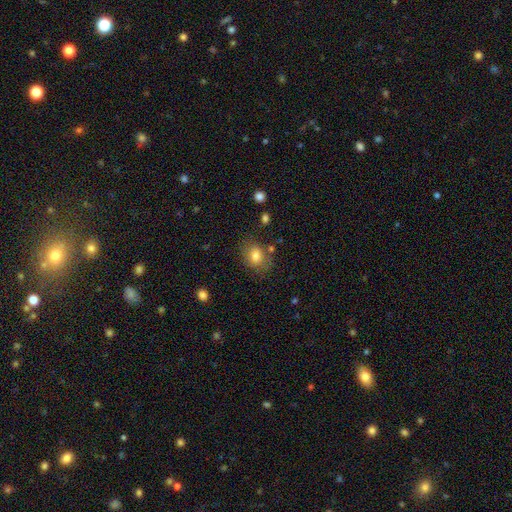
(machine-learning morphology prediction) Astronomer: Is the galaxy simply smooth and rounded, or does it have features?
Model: smooth — 78%.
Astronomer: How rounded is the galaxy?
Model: in between — 57% (runner-up: round, 42%).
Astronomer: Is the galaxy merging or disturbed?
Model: none — 71%.